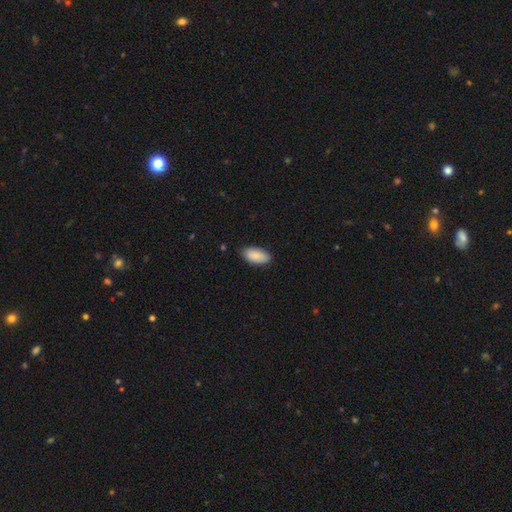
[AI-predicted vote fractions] This appears to be a smooth galaxy with no disk features (86%) that is in between round and cigar-shaped (94%). Merging: none (83%).